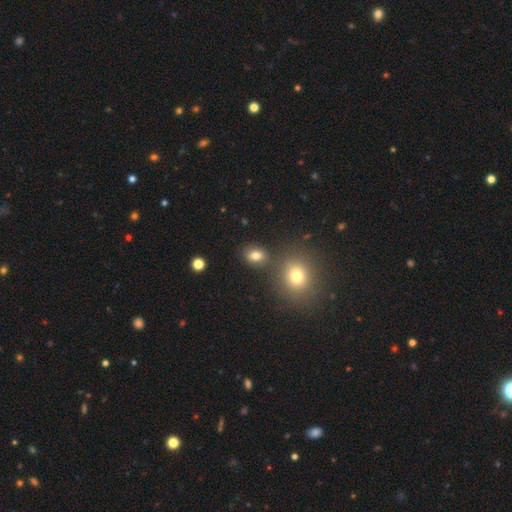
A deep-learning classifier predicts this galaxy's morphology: Q: Smooth or featured?
A: smooth (77%); runner-up: star or artifact (15%)
Q: How rounded?
A: in between (58%); runner-up: round (41%)
Q: Merging?
A: none (75%); runner-up: merger (11%)